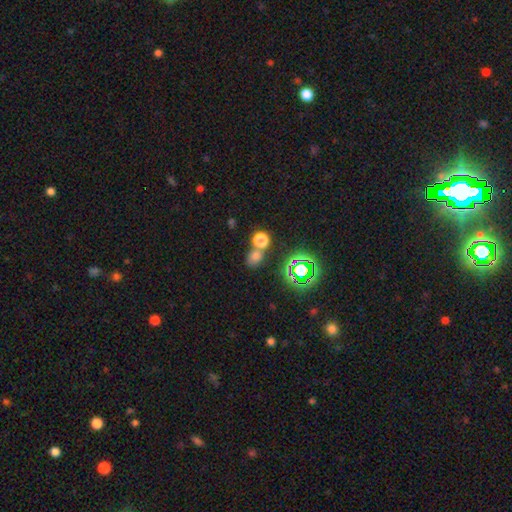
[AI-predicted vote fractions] A smooth galaxy with no disk features (64%) that is round (52%).

Vote fractions:
- Smooth or featured? smooth: 64% / star or artifact: 28% / featured or disk: 8%
- How rounded? round: 52% / in between: 46% / cigar-shaped: 2%
- Merging? none: 54% / merger: 33% / minor disturbance: 9% / major disturbance: 4%